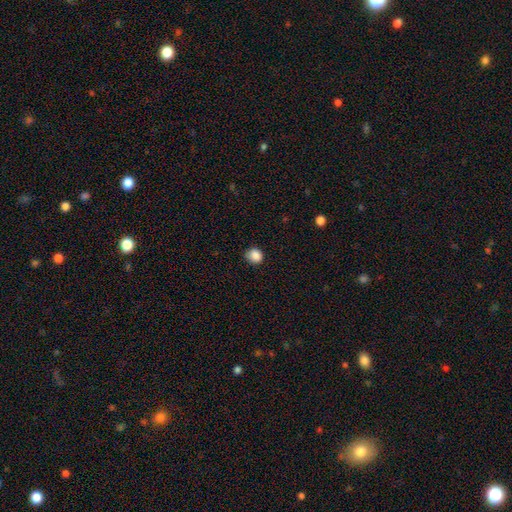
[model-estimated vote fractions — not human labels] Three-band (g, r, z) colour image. It shows a smooth galaxy with no disk features (87%) that is round (81%). Merging: none (80%).